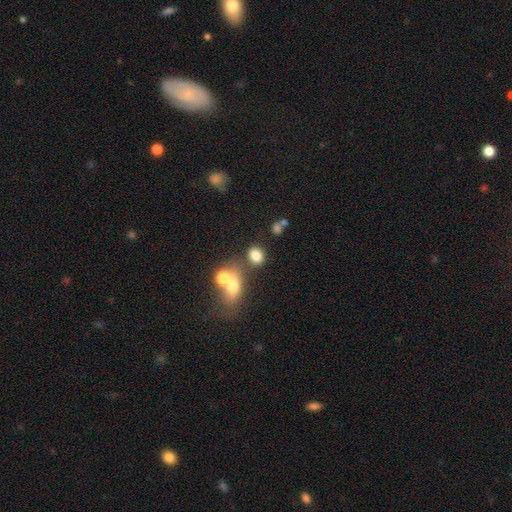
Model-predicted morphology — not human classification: type=smooth (78%); roundness=in between (59%); merging=none (62%).